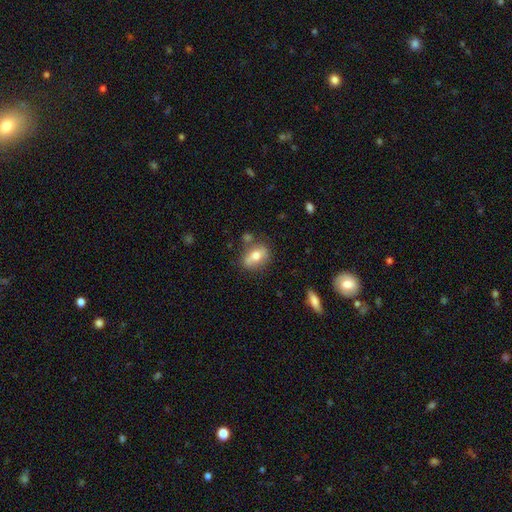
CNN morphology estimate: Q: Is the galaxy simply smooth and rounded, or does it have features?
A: smooth — 64%.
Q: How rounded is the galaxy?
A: in between — 73%.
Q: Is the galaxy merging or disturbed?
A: none — 65%.